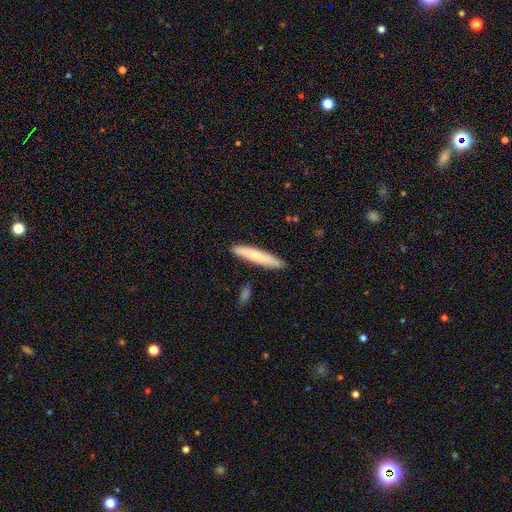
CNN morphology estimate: A smooth galaxy with no disk features (71%) that is cigar-shaped (91%).

Vote fractions:
- Smooth or featured? smooth: 71% / featured or disk: 24% / star or artifact: 5%
- How rounded? cigar-shaped: 91% / in between: 8% / round: 1%
- Merging? none: 86% / minor disturbance: 10% / merger: 3% / major disturbance: 2%